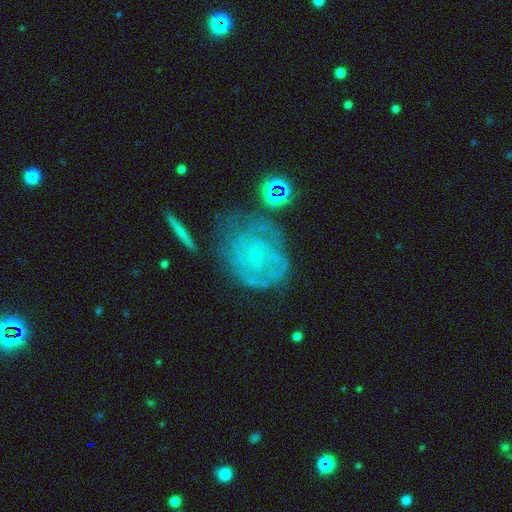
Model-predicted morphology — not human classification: This appears to be a featured or disk galaxy (69%) with no bar (80%), tight (70%) spiral arms (82%) and a small central bulge (81%). Merging: none (53%).